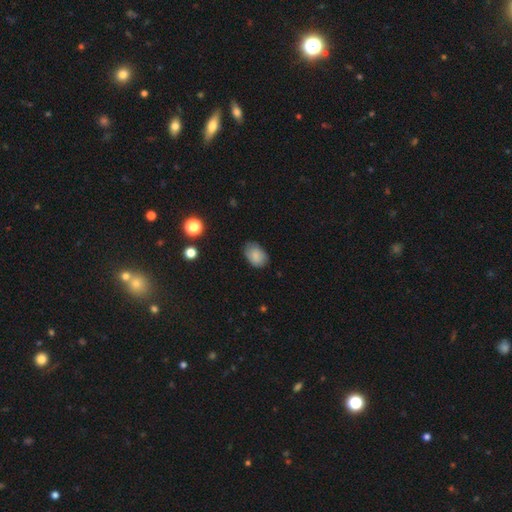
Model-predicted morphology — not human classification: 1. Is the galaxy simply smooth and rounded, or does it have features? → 84% smooth, 8% star or artifact, 8% featured or disk.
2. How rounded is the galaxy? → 82% in between, 17% round, 1% cigar-shaped.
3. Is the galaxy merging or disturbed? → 75% none, 20% minor disturbance, 4% major disturbance, 1% merger.